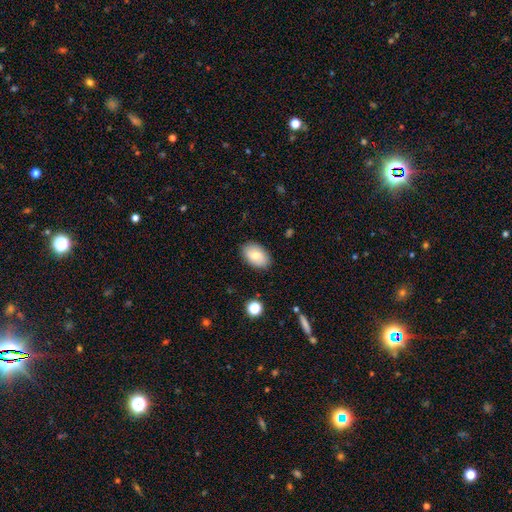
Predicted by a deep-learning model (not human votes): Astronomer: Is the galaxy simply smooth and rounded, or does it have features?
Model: smooth — 77%.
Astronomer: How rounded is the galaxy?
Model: in between — 91%.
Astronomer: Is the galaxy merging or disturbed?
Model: none — 86%.